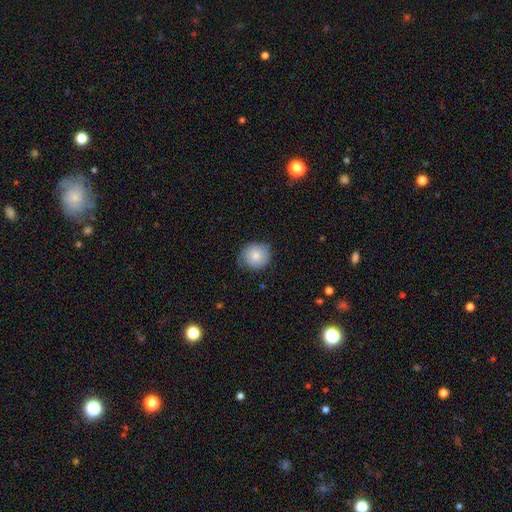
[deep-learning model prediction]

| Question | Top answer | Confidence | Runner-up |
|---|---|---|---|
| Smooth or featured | smooth | 79% | featured or disk (14%) |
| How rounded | round | 83% | in between (17%) |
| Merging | none | 69% | minor disturbance (25%) |